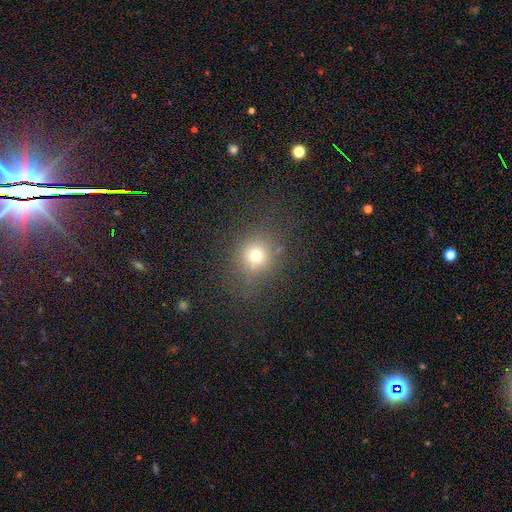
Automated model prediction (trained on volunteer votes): smooth 70%, star or artifact 20%, featured or disk 10%. Down the decision tree: how rounded — round (83%); merging — none (76%).